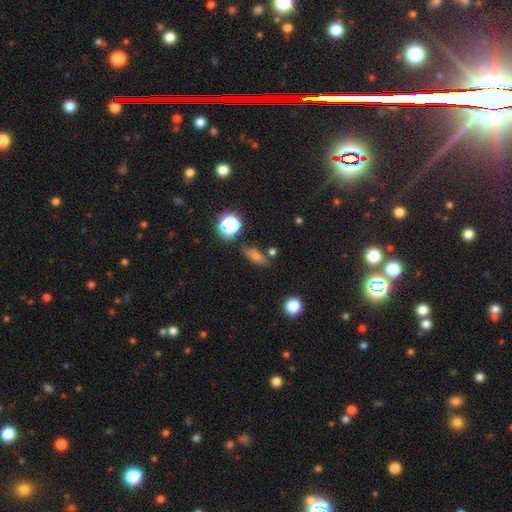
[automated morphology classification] This is likely a smooth galaxy (64%). How rounded: possibly in between (56%). Merging: likely none (76%).